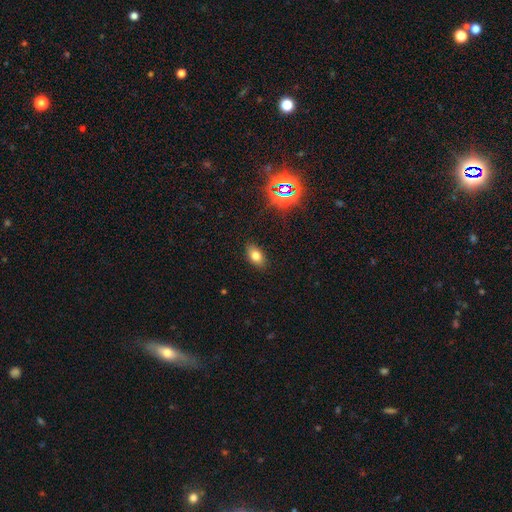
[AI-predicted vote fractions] This appears to be a smooth galaxy with no disk features (75%) that is in between round and cigar-shaped (88%). Merging: none (87%).